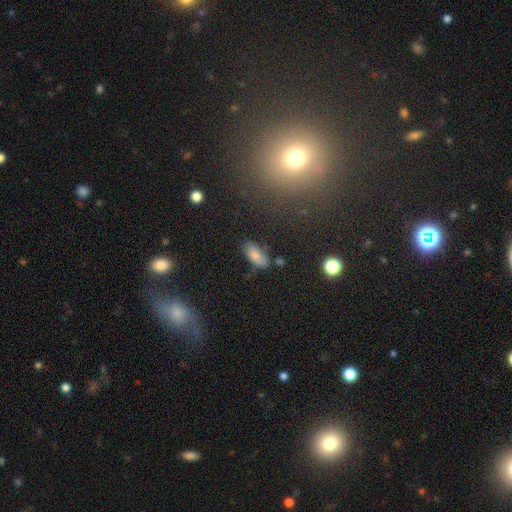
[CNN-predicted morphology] Smooth or featured? smooth (79%)
How rounded? in between (86%)
Merging? none (73%)